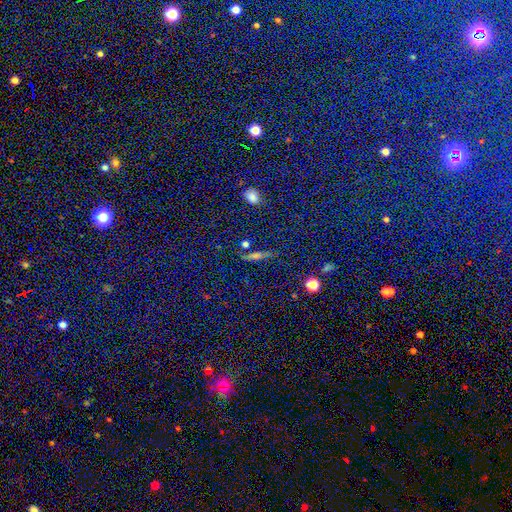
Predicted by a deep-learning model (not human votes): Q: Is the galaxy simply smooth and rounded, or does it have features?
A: star or artifact — 39%.